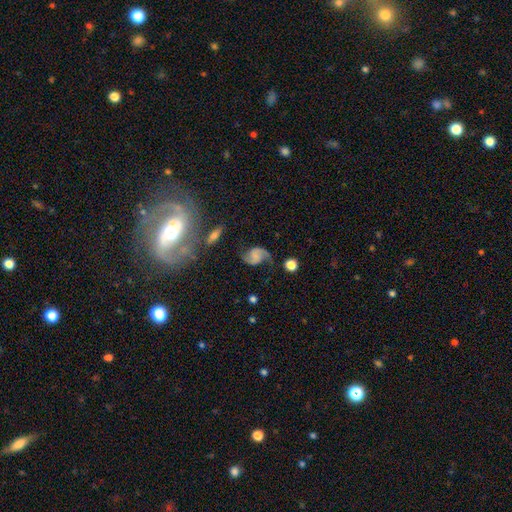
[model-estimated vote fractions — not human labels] The model was most divided on "spiral winding": loose: 49%, medium: 40%, tight: 11%. More confident: edge-on disk — no (98%); spiral arms — yes (97%); spiral arm count — 2 (92%); smooth or featured — featured or disk (83%); merging — none (70%); bar — no (61%); bulge size — none (57%).